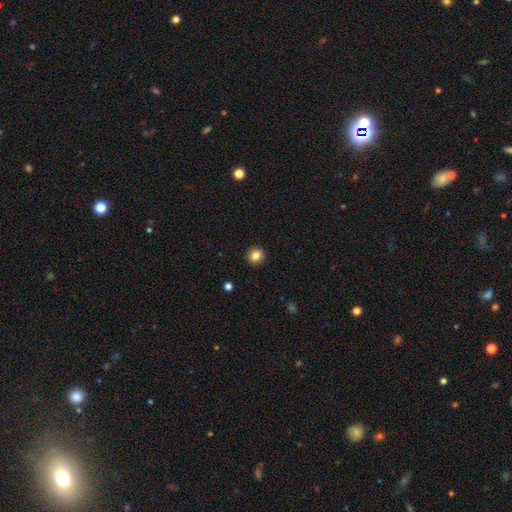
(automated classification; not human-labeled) A smooth galaxy with no disk features (84%) that is round (93%). Merging: none (93%).